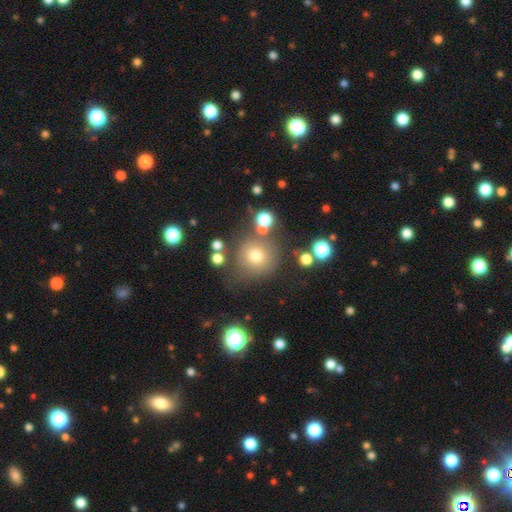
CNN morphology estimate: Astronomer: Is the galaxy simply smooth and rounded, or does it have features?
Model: smooth — 71%.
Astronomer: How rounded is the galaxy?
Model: round — 92%.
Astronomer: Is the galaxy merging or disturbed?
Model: none — 72%.